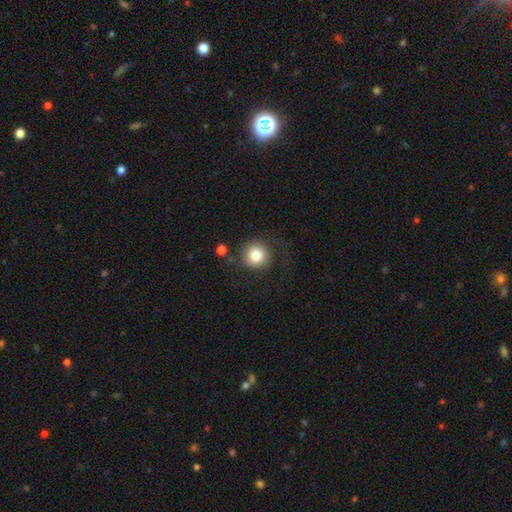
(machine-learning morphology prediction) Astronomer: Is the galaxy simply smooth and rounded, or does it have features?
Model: smooth — 83%.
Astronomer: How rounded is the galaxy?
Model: round — 94%.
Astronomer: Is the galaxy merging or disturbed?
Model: none — 80%.